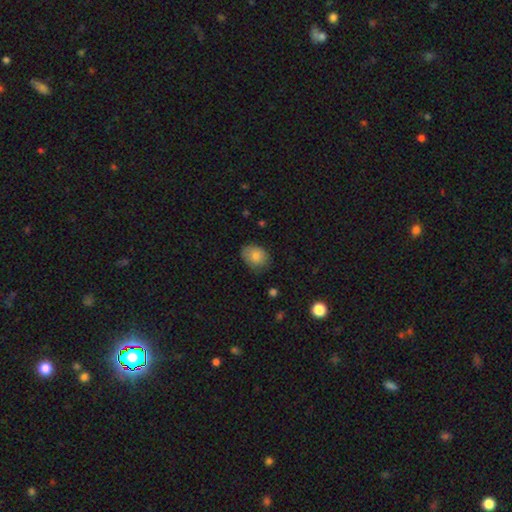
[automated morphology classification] Smooth or featured? smooth (80%)
How rounded? in between (63%)
Merging? none (71%)